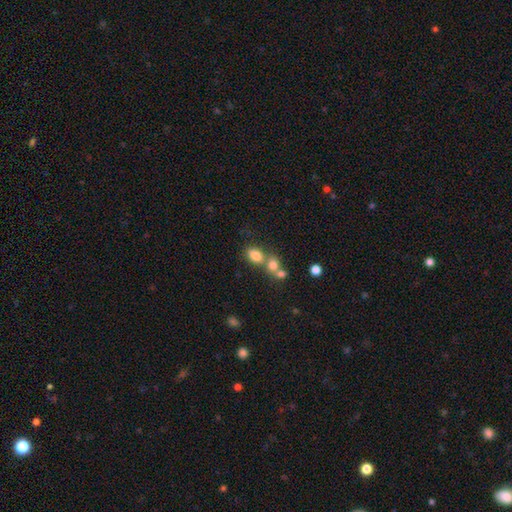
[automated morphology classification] A smooth galaxy with no disk features (79%) that is in between round and cigar-shaped (73%). Merging: none (43%).